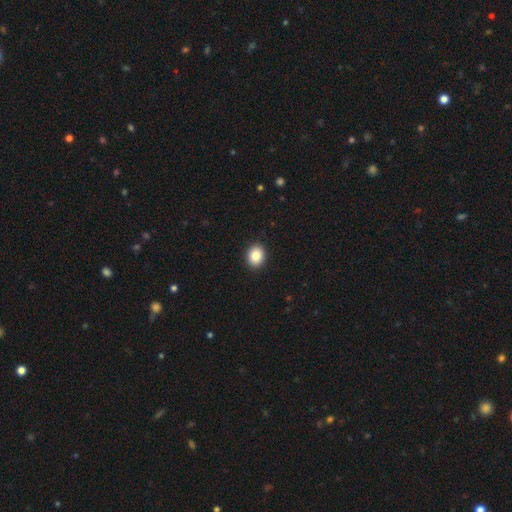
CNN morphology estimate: type=smooth (86%); roundness=round (55%); merging=none (92%).